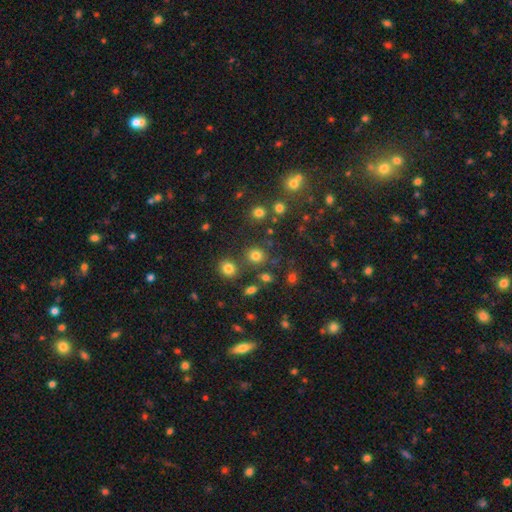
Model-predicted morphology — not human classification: smooth-or-featured: smooth: 77% | star or artifact: 17% | featured or disk: 7%
  how-rounded: round: 82% | in between: 17% | cigar-shaped: 1%
  merging: none: 77% | merger: 10% | minor disturbance: 9% | major disturbance: 4%